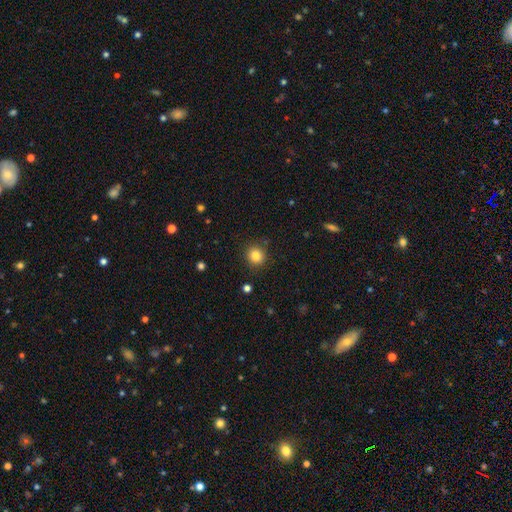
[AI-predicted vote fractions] smooth_or_featured: smooth (p=0.84) [alt: star or artifact p=0.11]
how_rounded: round (p=0.88) [alt: in between p=0.11]
merging: none (p=0.88) [alt: minor disturbance p=0.08]